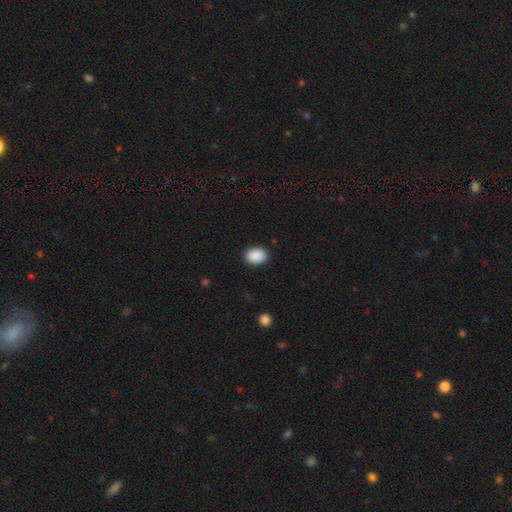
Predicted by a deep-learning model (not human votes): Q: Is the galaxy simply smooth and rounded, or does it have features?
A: smooth — 90%.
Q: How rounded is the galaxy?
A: in between — 67%.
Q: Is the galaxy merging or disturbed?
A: none — 89%.